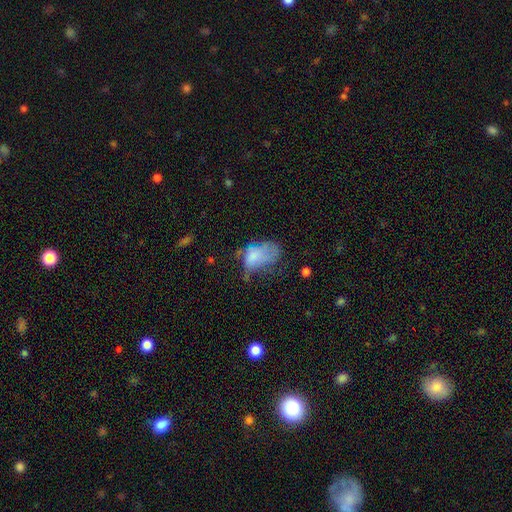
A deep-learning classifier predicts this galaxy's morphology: Q: Smooth or featured?
A: smooth (62%); runner-up: featured or disk (28%)
Q: How rounded?
A: in between (88%); runner-up: round (11%)
Q: Merging?
A: major disturbance (43%); runner-up: minor disturbance (30%)